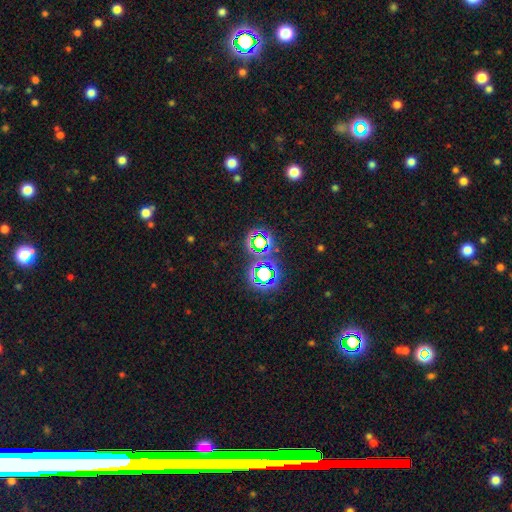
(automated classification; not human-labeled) Morphology: type=star or artifact (71%).